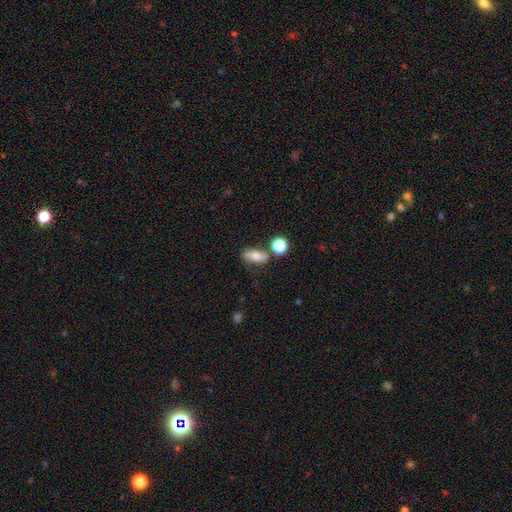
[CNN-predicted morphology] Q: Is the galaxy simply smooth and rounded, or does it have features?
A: smooth — 63%.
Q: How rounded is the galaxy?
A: in between — 67%.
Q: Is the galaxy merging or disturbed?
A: none — 70%.